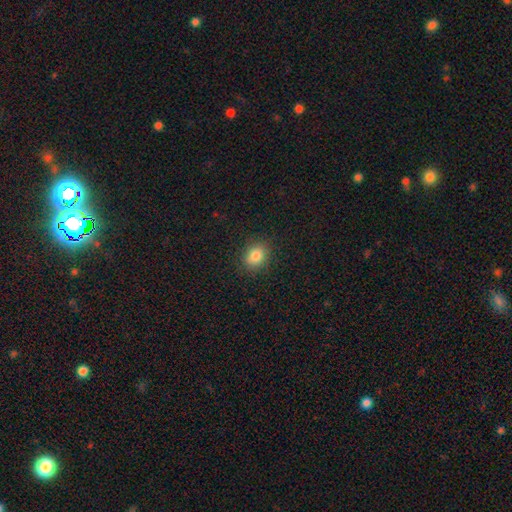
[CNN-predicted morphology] A smooth galaxy with no disk features (83%) that is in between round and cigar-shaped (51%).

Vote fractions:
- Smooth or featured? smooth: 83% / star or artifact: 11% / featured or disk: 6%
- How rounded? in between: 51% / round: 47% / cigar-shaped: 1%
- Merging? none: 88% / minor disturbance: 9% / major disturbance: 3% / merger: 1%